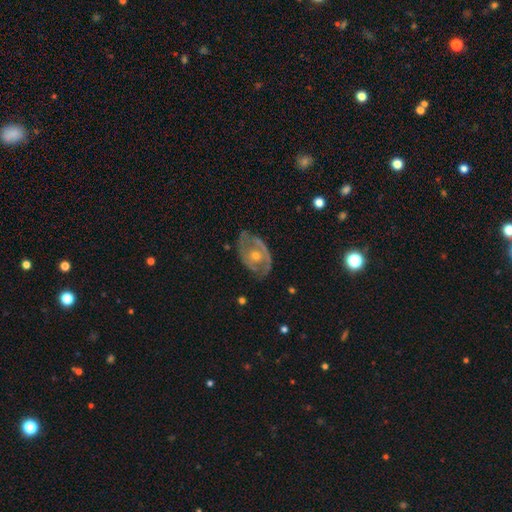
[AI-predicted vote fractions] Overall: featured or disk (77%). Edge-on disk: no (95%). Bar: no (75%). Spiral arms: yes (65%; no 35%). Bulge size: moderate (55%; small 40%). Merging: none (68%).